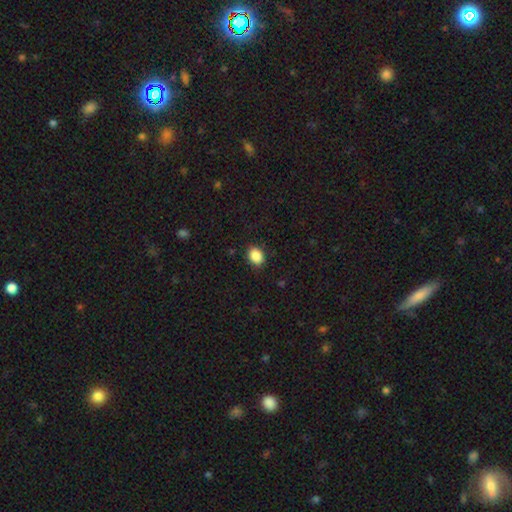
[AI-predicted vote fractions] Morphology: type=smooth (89%); roundness=in between (67%); merging=none (85%).